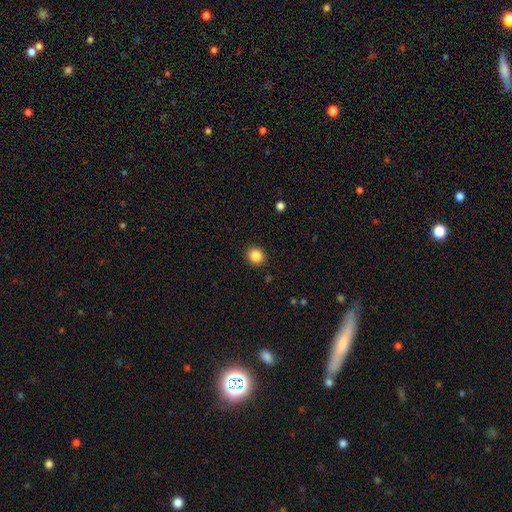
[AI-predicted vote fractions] Smooth or featured?
  - smooth: 86% *
  - star or artifact: 10%
  - featured or disk: 4%
How rounded?
  - round: 82% *
  - in between: 17%
  - cigar-shaped: 1%
Merging?
  - none: 91% *
  - minor disturbance: 6%
  - major disturbance: 2%
  - merger: 1%